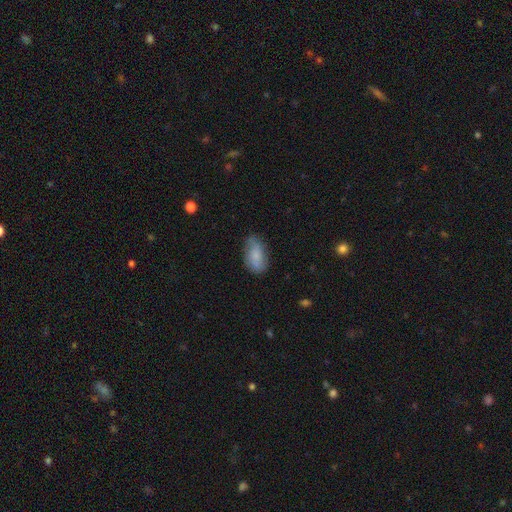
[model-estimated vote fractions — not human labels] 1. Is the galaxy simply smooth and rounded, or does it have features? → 71% smooth, 22% featured or disk, 7% star or artifact.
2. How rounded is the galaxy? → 91% in between, 5% round, 4% cigar-shaped.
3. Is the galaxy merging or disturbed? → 65% none, 27% minor disturbance, 6% major disturbance, 2% merger.